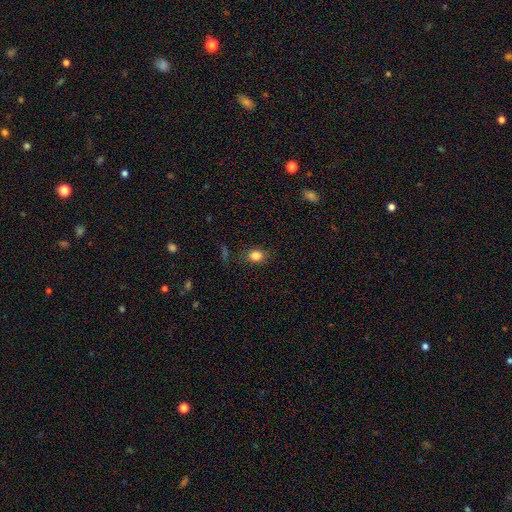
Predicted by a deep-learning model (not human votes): Smooth or featured?
  - smooth: 83% *
  - star or artifact: 11%
  - featured or disk: 6%
How rounded?
  - round: 55% *
  - in between: 44%
  - cigar-shaped: 1%
Merging?
  - none: 82% *
  - minor disturbance: 12%
  - major disturbance: 4%
  - merger: 2%